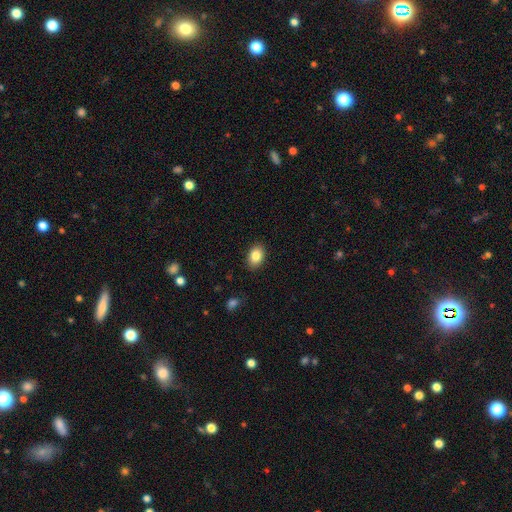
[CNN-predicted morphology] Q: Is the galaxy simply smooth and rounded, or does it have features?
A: smooth — 85%.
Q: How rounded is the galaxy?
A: in between — 79%.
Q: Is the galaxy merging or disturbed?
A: none — 88%.